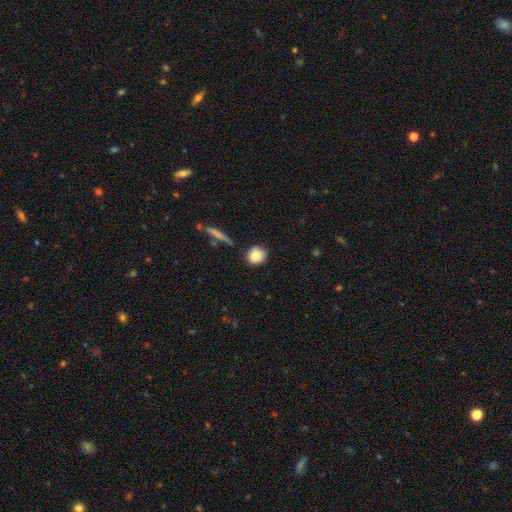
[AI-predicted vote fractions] Smooth or featured? Predicted: smooth (p=0.84). How rounded? Predicted: round (p=0.86). Merging? Predicted: none (p=0.83).